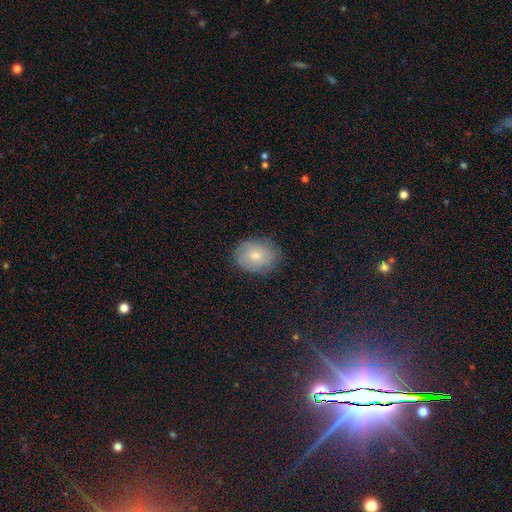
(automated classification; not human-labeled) Smooth or featured?
  - smooth: 65% *
  - featured or disk: 26%
  - star or artifact: 9%
How rounded?
  - in between: 50% *
  - round: 49%
  - cigar-shaped: 1%
Merging?
  - none: 78% *
  - minor disturbance: 16%
  - major disturbance: 4%
  - merger: 1%